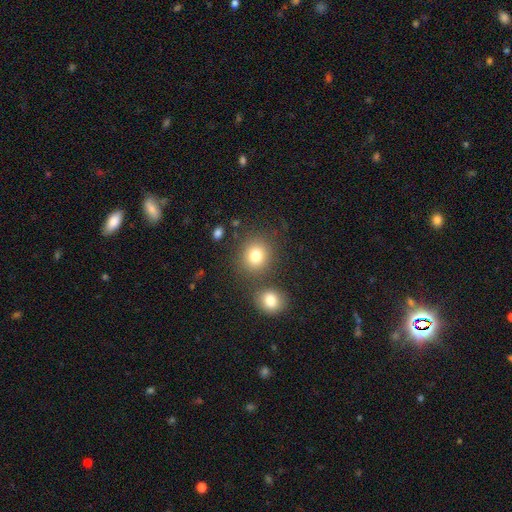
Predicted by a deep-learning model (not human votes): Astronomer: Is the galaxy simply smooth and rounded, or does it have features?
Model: smooth — 80%.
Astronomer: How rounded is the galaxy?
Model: round — 82%.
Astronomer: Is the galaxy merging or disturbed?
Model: none — 73%.